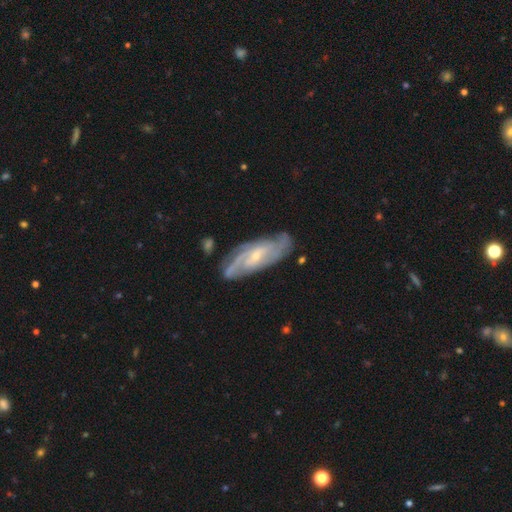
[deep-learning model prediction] Smooth or featured?
  - featured or disk: 84% *
  - smooth: 11%
  - star or artifact: 6%
Edge-on disk?
  - no: 89% *
  - yes: 11%
Bar?
  - weak: 43% *
  - no: 40%
  - strong: 18%
Spiral arms?
  - yes: 95% *
  - no: 5%
Spiral winding?
  - tight: 49% *
  - medium: 40%
  - loose: 12%
Spiral arm count?
  - 2: 37% *
  - can't tell: 24%
  - 3: 22%
  - 4: 9%
  - 1: 4%
  - more than 4: 4%
Bulge size?
  - small: 67% *
  - moderate: 29%
  - none: 2%
  - large: 1%
  - dominant: 1%
Merging?
  - none: 76% *
  - minor disturbance: 17%
  - major disturbance: 5%
  - merger: 2%